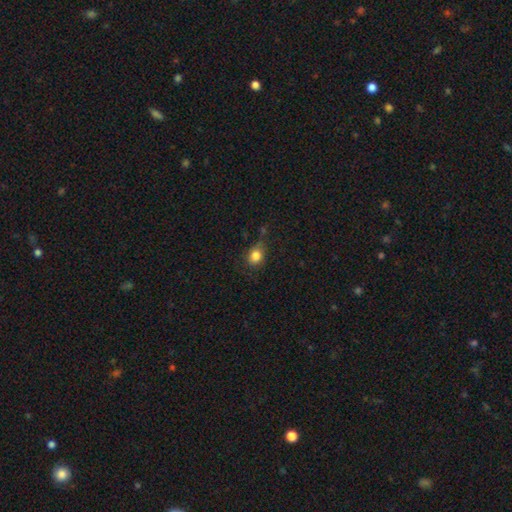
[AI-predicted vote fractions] Smooth or featured? Predicted: smooth (p=0.83). How rounded? Predicted: round (p=0.53). Merging? Predicted: none (p=0.63).